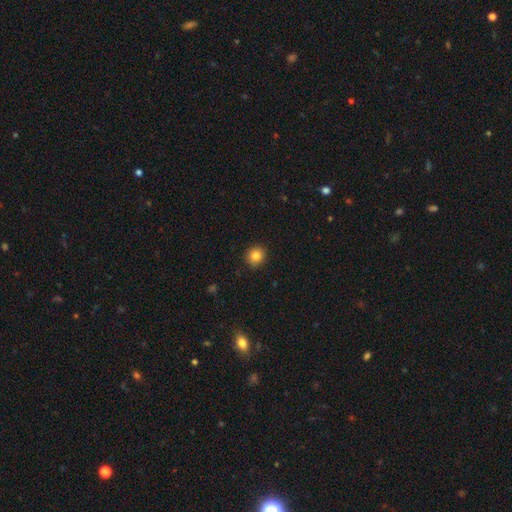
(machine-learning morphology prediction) A smooth galaxy with no disk features (83%) that is round (86%). Merging: none (91%).